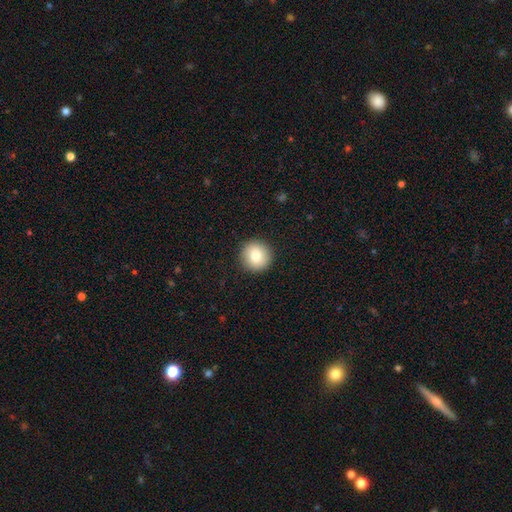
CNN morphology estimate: smooth 80%, featured or disk 12%, star or artifact 9%. Down the decision tree: how rounded — round (96%); merging — none (92%).